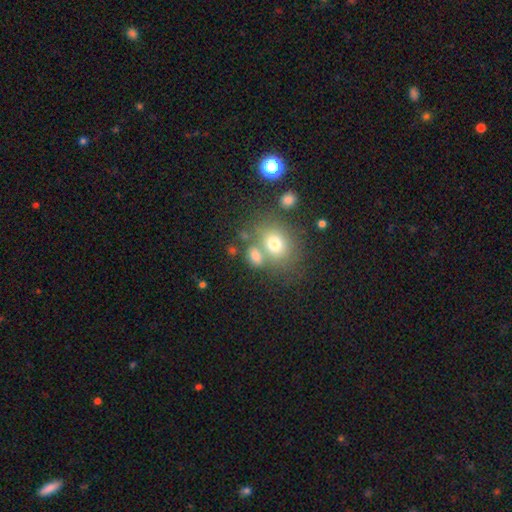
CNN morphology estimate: This appears to be a smooth galaxy with no disk features (74%) that is in between round and cigar-shaped (60%). Merging: none (47%).